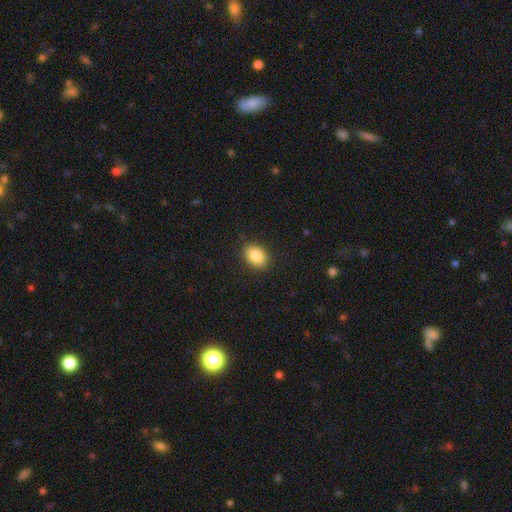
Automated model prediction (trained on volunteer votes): Morphology: type=smooth (87%); roundness=in between (76%); merging=none (88%).